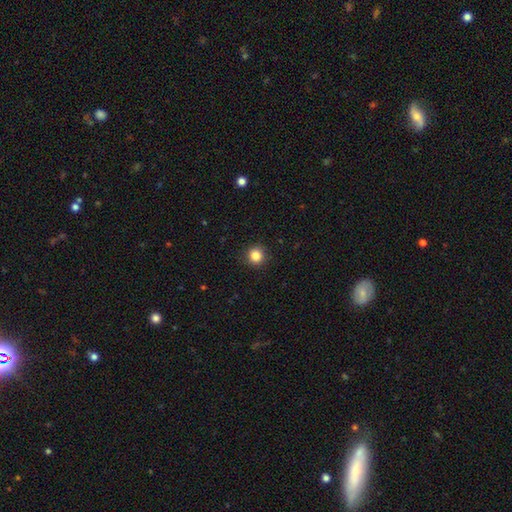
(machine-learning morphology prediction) A smooth galaxy with no disk features (85%) that is round (93%). Merging: none (92%).